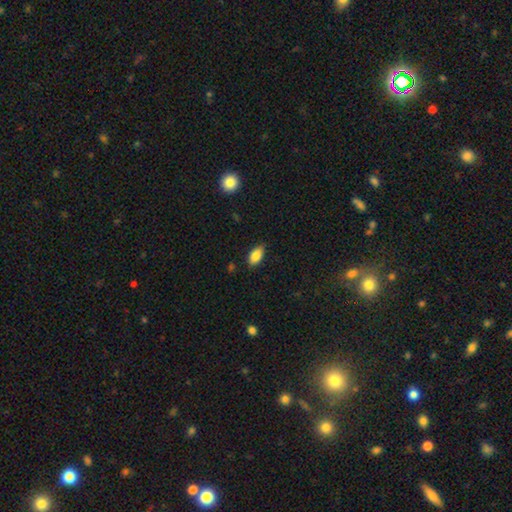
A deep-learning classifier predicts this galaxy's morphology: Overall: smooth (86%). How rounded: in between (92%). Merging: none (81%).